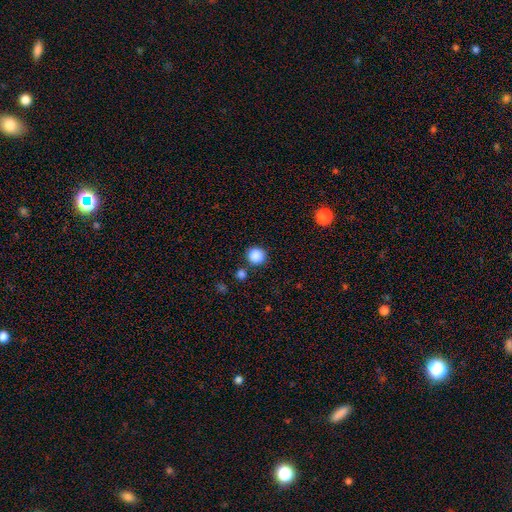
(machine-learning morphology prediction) The model was most divided on "smooth or featured": smooth: 86%, star or artifact: 10%, featured or disk: 3%. More confident: how rounded — round (93%); merging — none (86%).